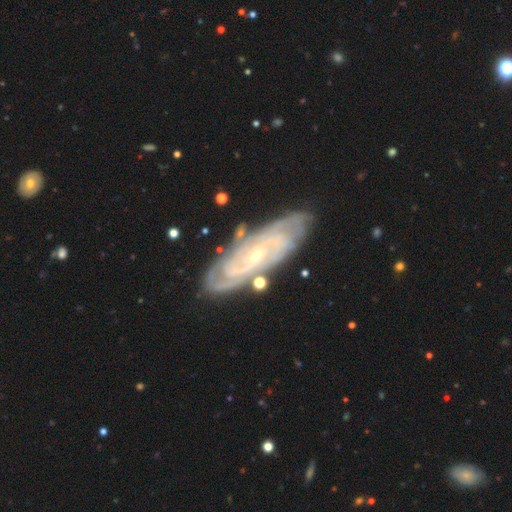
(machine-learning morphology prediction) This appears to be a featured or disk galaxy (87%) with no bar (57%), tight (76%) spiral arms (97%) and a small central bulge (78%). Merging: none (80%).